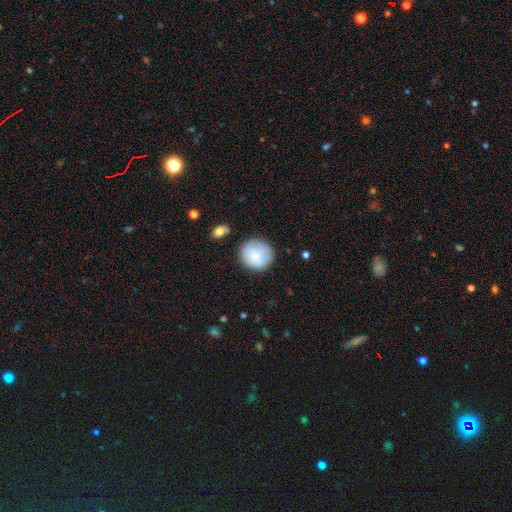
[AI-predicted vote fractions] smooth-or-featured: smooth: 79% | featured or disk: 13% | star or artifact: 7%
  how-rounded: round: 88% | in between: 11% | cigar-shaped: 1%
  merging: none: 76% | minor disturbance: 16% | major disturbance: 5% | merger: 3%